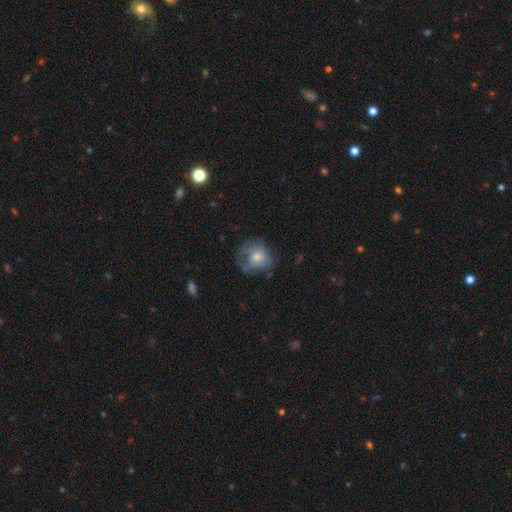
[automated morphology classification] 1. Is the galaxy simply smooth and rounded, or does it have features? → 50% smooth, 36% featured or disk, 14% star or artifact.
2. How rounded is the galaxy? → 74% round, 24% in between, 1% cigar-shaped.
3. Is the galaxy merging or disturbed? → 58% none, 24% minor disturbance, 16% major disturbance, 2% merger.